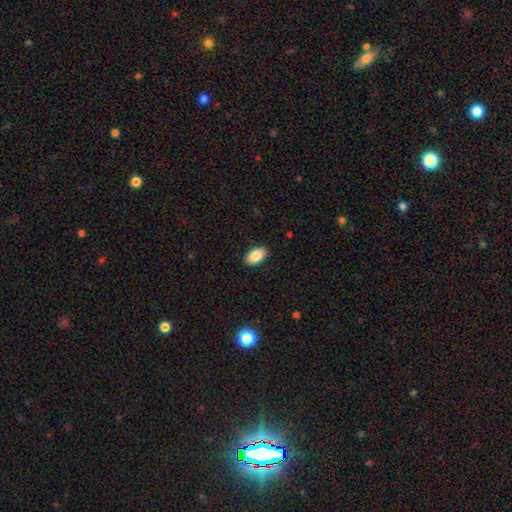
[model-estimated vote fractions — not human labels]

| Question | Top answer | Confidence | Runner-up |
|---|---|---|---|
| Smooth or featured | smooth | 87% | star or artifact (7%) |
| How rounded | in between | 94% | round (4%) |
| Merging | none | 89% | minor disturbance (8%) |